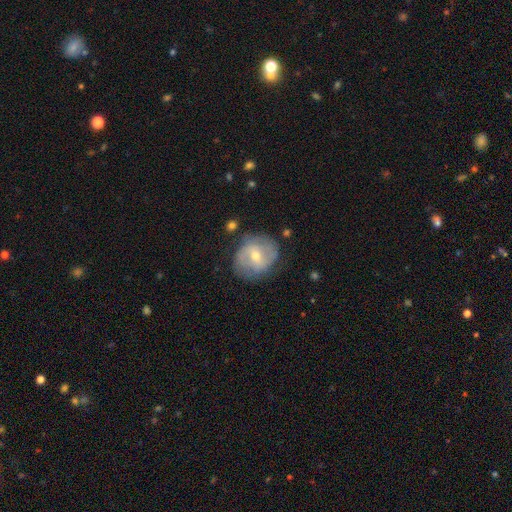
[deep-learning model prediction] A featured or disk galaxy (62%) with a weak bar (49%), spiral arms (71%) and a moderate central bulge (53%).

Vote fractions:
- Smooth or featured? featured or disk: 62% / smooth: 31% / star or artifact: 7%
- Edge-on disk? no: 96% / yes: 4%
- Bar? weak: 49% / no: 31% / strong: 20%
- Spiral arms? yes: 71% / no: 29%
- Bulge size? moderate: 53% / small: 44% / large: 2% / none: 1% / dominant: 1%
- Merging? none: 75% / minor disturbance: 17% / major disturbance: 6% / merger: 2%